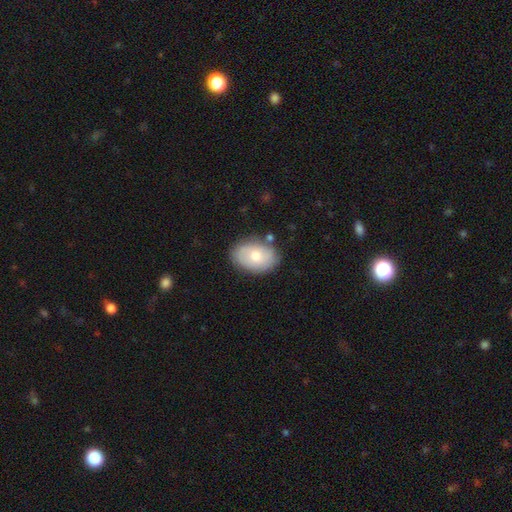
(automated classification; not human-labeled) smooth_or_featured: smooth (p=0.68) [alt: featured or disk p=0.25]
how_rounded: in between (p=0.83) [alt: round p=0.16]
merging: none (p=0.76) [alt: minor disturbance p=0.17]